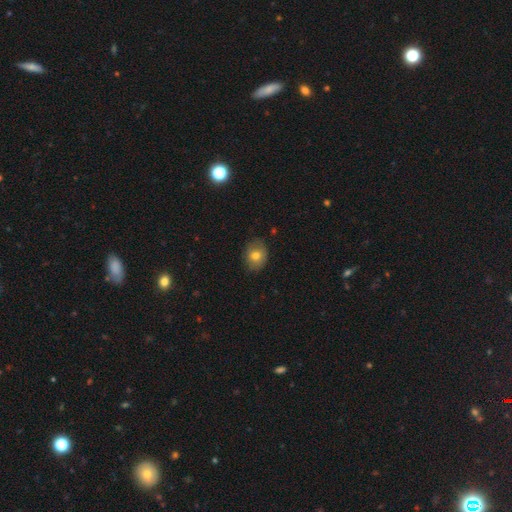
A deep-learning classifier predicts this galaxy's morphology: Smooth or featured? smooth (75%)
How rounded? round (50%)
Merging? none (81%)